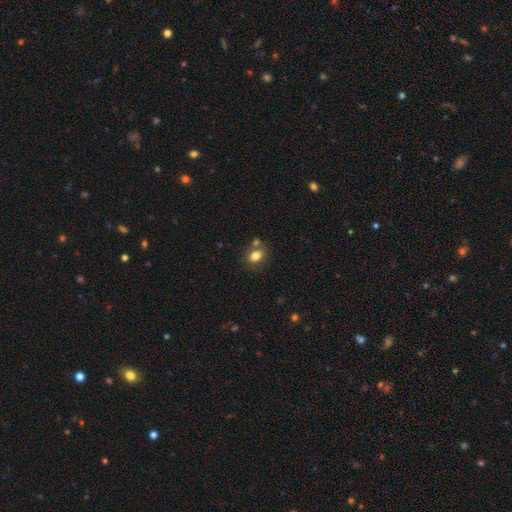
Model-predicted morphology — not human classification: The model was most divided on "how rounded": in between: 69%, round: 29%, cigar-shaped: 2%. More confident: smooth or featured — smooth (80%); merging — none (63%).